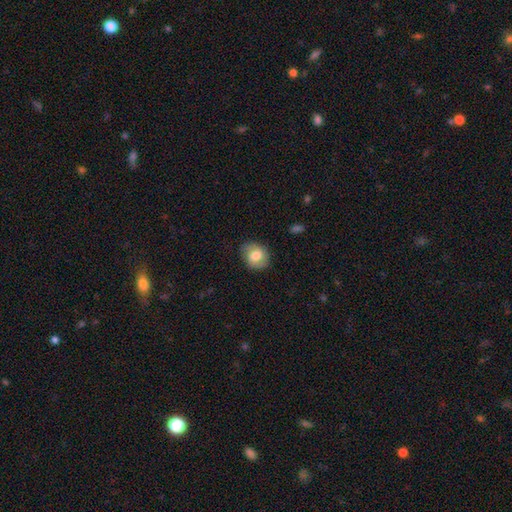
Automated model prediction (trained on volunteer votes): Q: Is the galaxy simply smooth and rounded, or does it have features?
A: smooth — 70%.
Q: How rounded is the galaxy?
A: round — 63%.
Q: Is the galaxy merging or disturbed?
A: none — 74%.